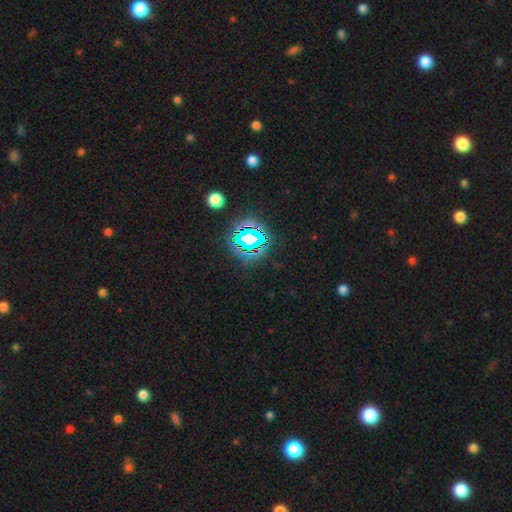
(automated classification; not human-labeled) A star or artifact, not a galaxy (80%).

Vote fractions:
- Smooth or featured? star or artifact: 80% / smooth: 12% / featured or disk: 8%